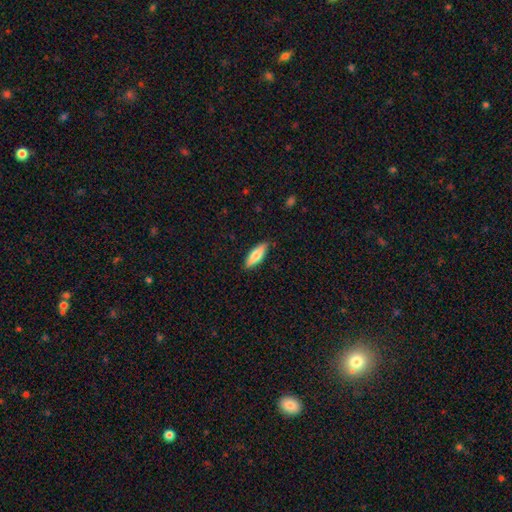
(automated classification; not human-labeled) smooth-or-featured: smooth: 73% | featured or disk: 21% | star or artifact: 6%
  how-rounded: in between: 51% | cigar-shaped: 47% | round: 2%
  merging: none: 87% | minor disturbance: 10% | major disturbance: 2% | merger: 1%